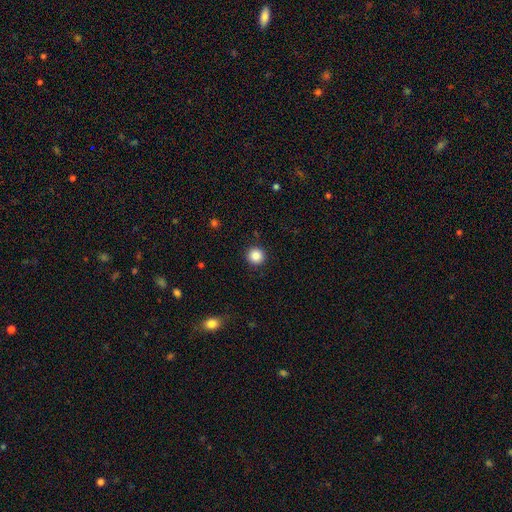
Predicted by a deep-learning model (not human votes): Morphology: type=smooth (87%); roundness=round (95%); merging=none (92%).